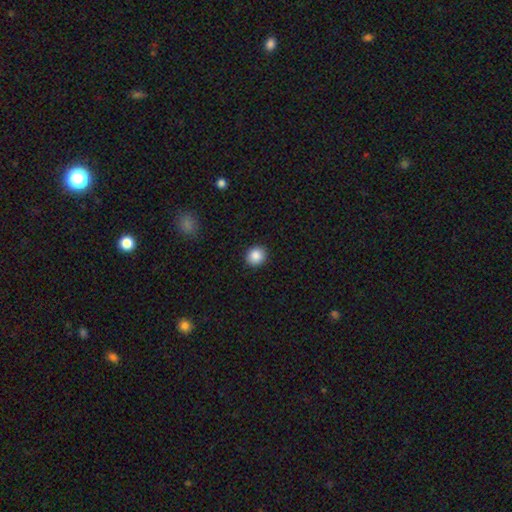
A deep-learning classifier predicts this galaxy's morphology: type=smooth (88%); roundness=round (84%); merging=none (91%).